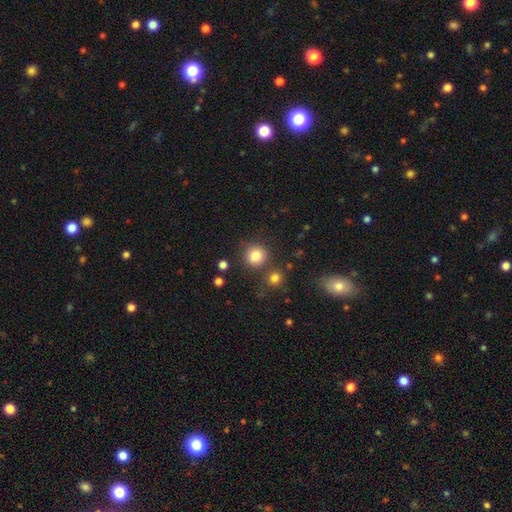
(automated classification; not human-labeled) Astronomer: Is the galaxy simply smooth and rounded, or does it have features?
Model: smooth — 84%.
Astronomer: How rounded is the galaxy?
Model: round — 90%.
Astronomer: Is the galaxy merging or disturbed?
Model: none — 77%.